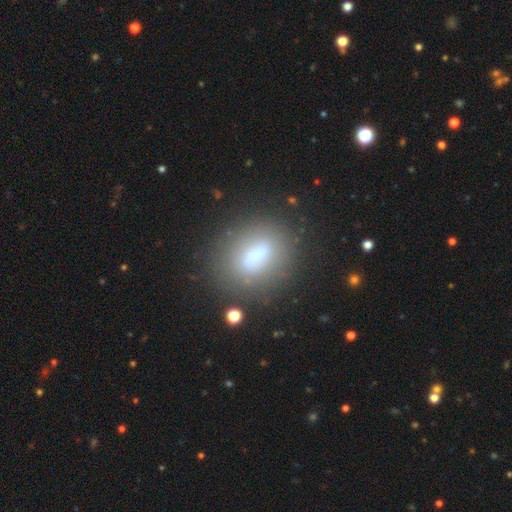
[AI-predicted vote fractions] smooth-or-featured: smooth: 71% | featured or disk: 18% | star or artifact: 12%
  how-rounded: in between: 65% | round: 32% | cigar-shaped: 3%
  merging: none: 71% | minor disturbance: 16% | major disturbance: 8% | merger: 5%